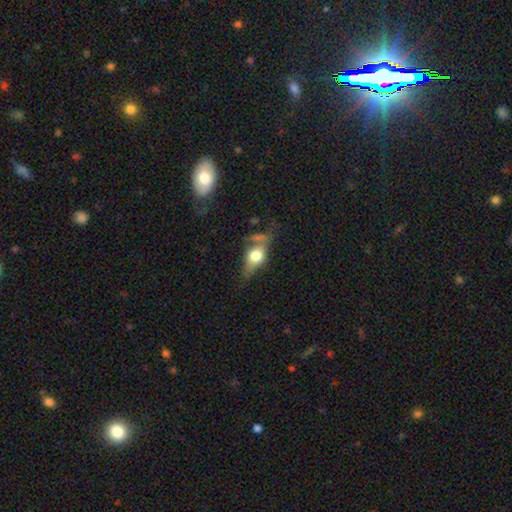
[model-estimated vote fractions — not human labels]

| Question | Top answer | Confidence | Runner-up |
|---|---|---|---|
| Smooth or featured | smooth | 54% | featured or disk (37%) |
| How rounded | in between | 70% | round (17%) |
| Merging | none | 45% | minor disturbance (24%) |